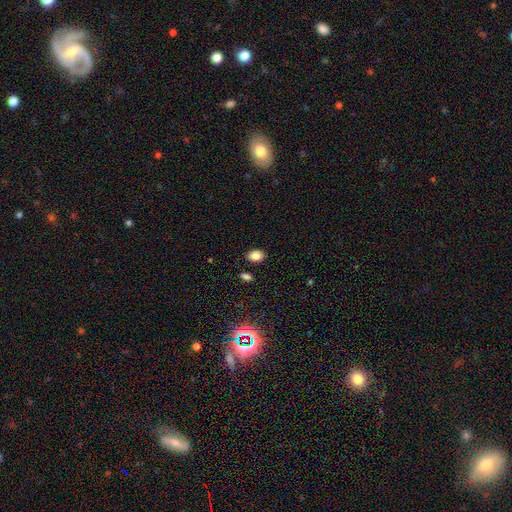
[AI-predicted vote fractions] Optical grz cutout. It shows a smooth galaxy with no disk features (83%) that is in between round and cigar-shaped (80%). Merging: none (85%).